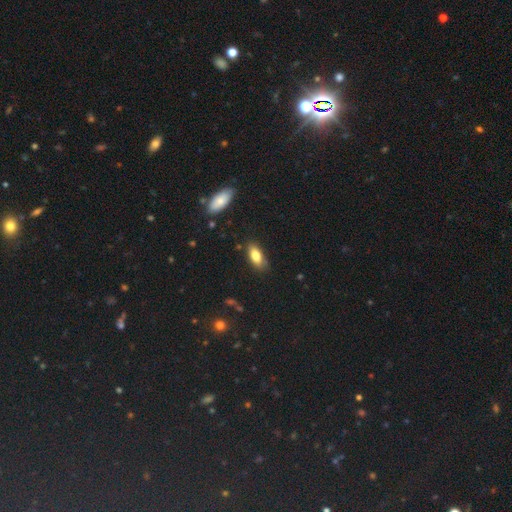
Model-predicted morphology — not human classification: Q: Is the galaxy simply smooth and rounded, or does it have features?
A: smooth — 81%.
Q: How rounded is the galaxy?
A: in between — 83%.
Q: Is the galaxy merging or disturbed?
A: none — 78%.